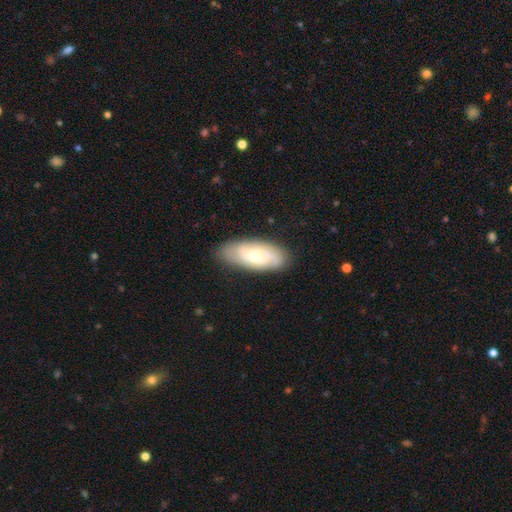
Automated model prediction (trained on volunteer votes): The model was most divided on "bulge size": small: 53%, moderate: 41%, large: 3%, none: 1%, dominant: 1%. More confident: edge-on disk — no (89%); spiral arms — yes (81%); merging — none (80%); bar — no (73%); smooth or featured — featured or disk (57%).